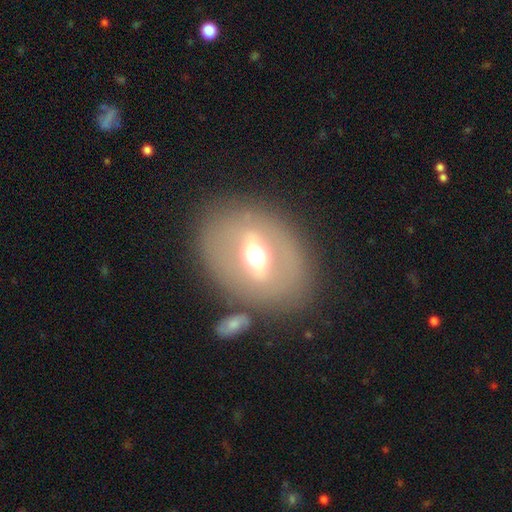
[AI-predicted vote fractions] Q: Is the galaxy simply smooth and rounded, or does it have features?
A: featured or disk — 54%.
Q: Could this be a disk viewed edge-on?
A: no — 80%.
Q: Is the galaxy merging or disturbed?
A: none — 74%.